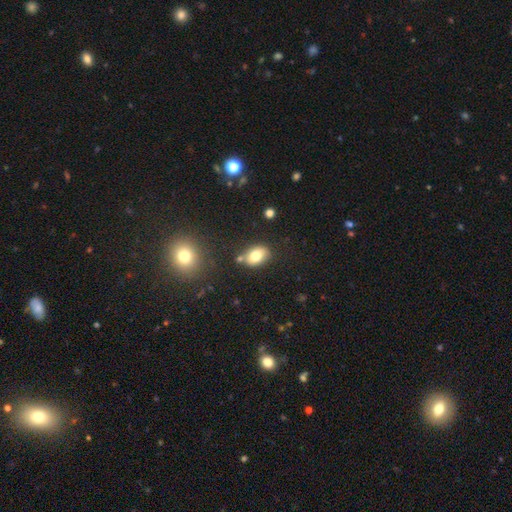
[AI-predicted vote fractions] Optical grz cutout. It shows a smooth galaxy with no disk features (77%) that is in between round and cigar-shaped (79%). Merging: none (74%).